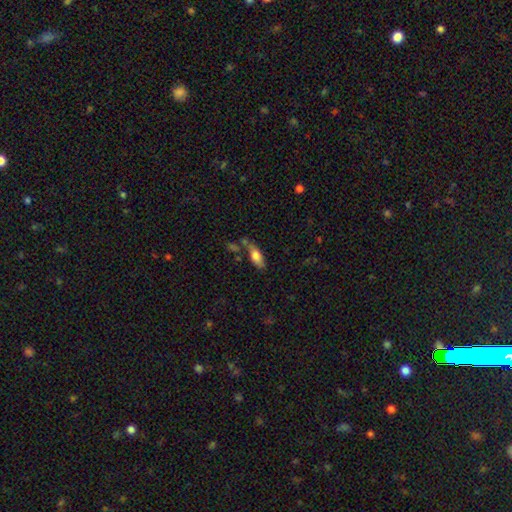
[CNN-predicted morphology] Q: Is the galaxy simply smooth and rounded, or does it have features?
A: smooth — 71%.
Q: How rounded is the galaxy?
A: in between — 74%.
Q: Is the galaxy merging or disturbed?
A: none — 50%.